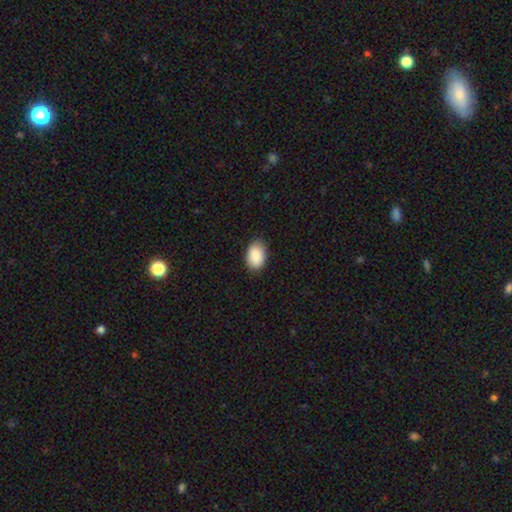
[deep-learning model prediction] smooth_or_featured: smooth (p=0.89) [alt: star or artifact p=0.06]
how_rounded: in between (p=0.90) [alt: round p=0.09]
merging: none (p=0.86) [alt: minor disturbance p=0.11]